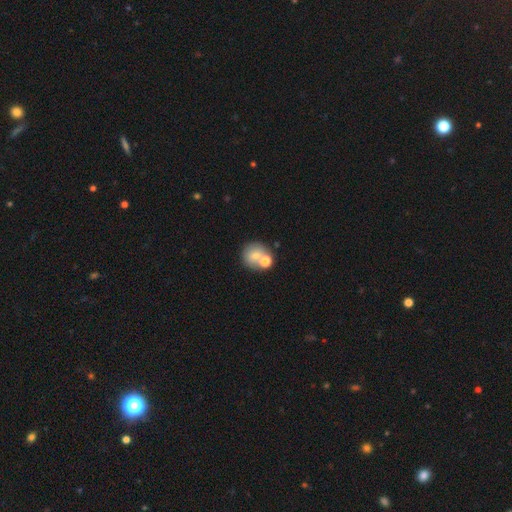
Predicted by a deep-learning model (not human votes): smooth-or-featured: smooth: 70% | featured or disk: 19% | star or artifact: 12%
  how-rounded: round: 85% | in between: 14% | cigar-shaped: 1%
  merging: none: 54% | merger: 32% | minor disturbance: 10% | major disturbance: 4%